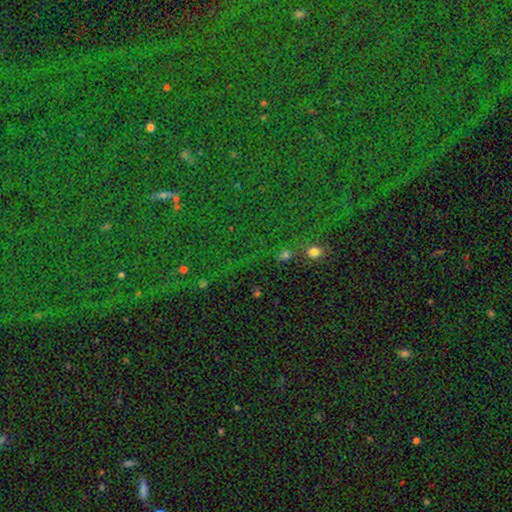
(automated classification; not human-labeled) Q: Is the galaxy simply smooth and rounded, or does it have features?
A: star or artifact — 86%.